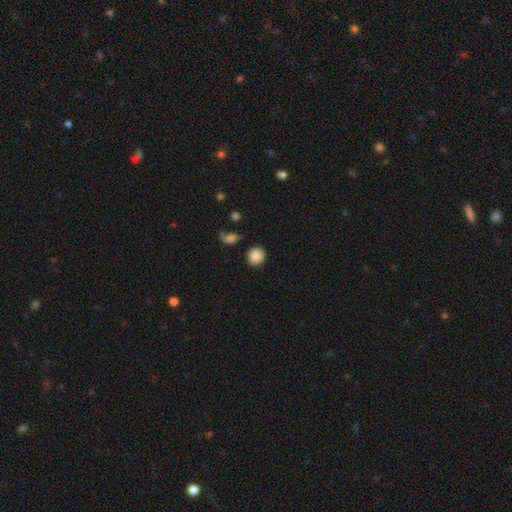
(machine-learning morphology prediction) A smooth galaxy with no disk features (87%) that is round (85%). Merging: none (82%).